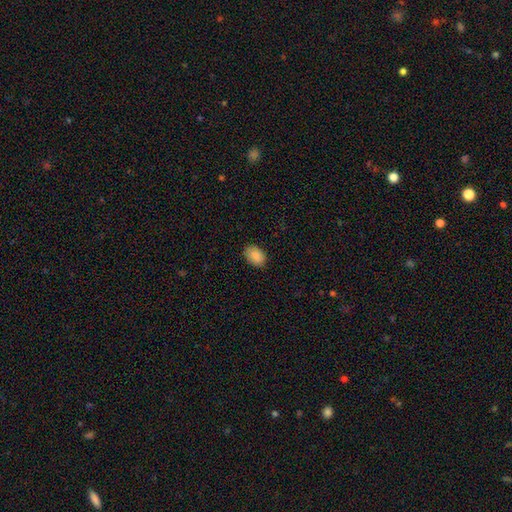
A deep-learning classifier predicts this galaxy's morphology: A smooth galaxy with no disk features (89%) that is in between round and cigar-shaped (86%). Merging: none (86%).